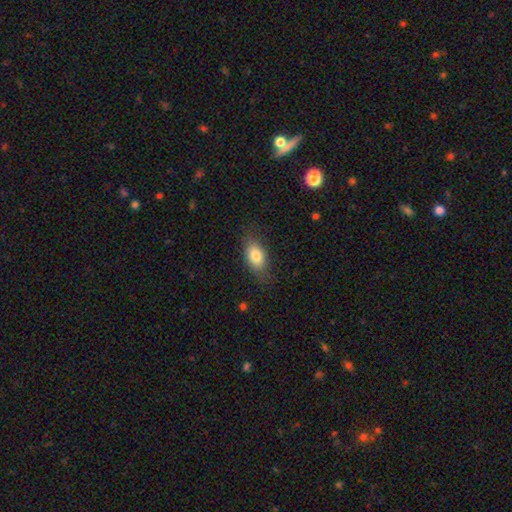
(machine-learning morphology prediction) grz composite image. It shows a smooth galaxy with no disk features (79%) that is in between round and cigar-shaped (87%). Merging: none (78%).